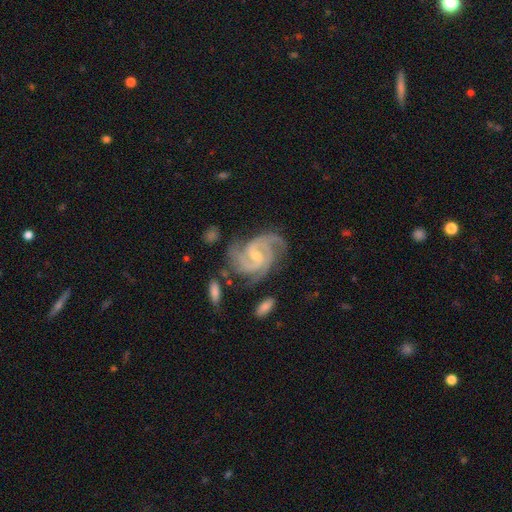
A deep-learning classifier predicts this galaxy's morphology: This is clearly a featured or disk galaxy (91%). It is clearly not viewed edge-on (98%). Bar: possibly weak (48%). Spiral arm pattern: clearly yes (98%). Spiral arm count: marginally 3 (43%). Spiral winding: possibly tight (50%). Central bulge: possibly small (54%). Merging: likely none (67%).